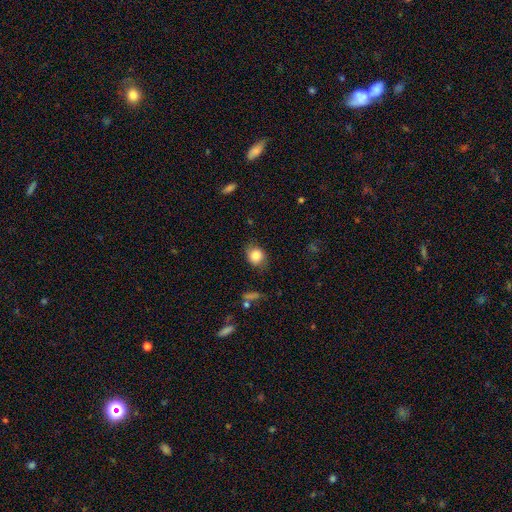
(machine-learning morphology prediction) Q: Smooth or featured?
A: smooth (82%); runner-up: featured or disk (9%)
Q: How rounded?
A: round (62%); runner-up: in between (37%)
Q: Merging?
A: none (73%); runner-up: minor disturbance (19%)